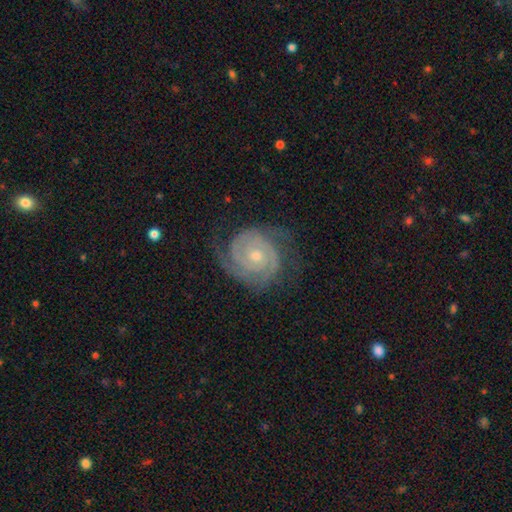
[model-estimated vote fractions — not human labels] A featured or disk galaxy (91%) with no bar (75%), 2 (62%) tight (79%) spiral arms (98%) and a small central bulge (57%). Merging: none (76%).